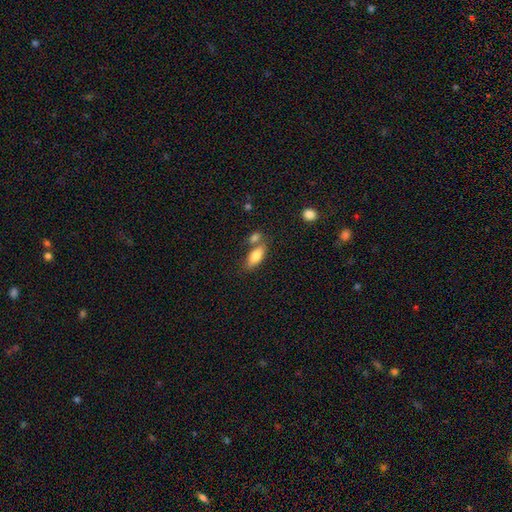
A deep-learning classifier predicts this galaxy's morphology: Smooth or featured?
  - smooth: 78% *
  - featured or disk: 15%
  - star or artifact: 7%
How rounded?
  - in between: 76% *
  - cigar-shaped: 20%
  - round: 3%
Merging?
  - none: 55% *
  - merger: 28%
  - minor disturbance: 13%
  - major disturbance: 4%